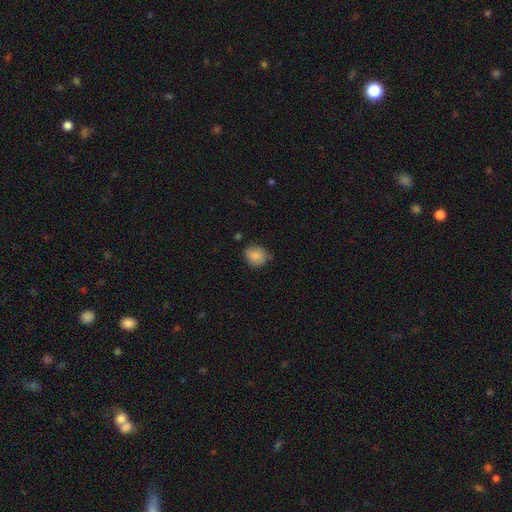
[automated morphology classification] Smooth or featured? Predicted: smooth (p=0.86). How rounded? Predicted: round (p=0.67). Merging? Predicted: none (p=0.72).